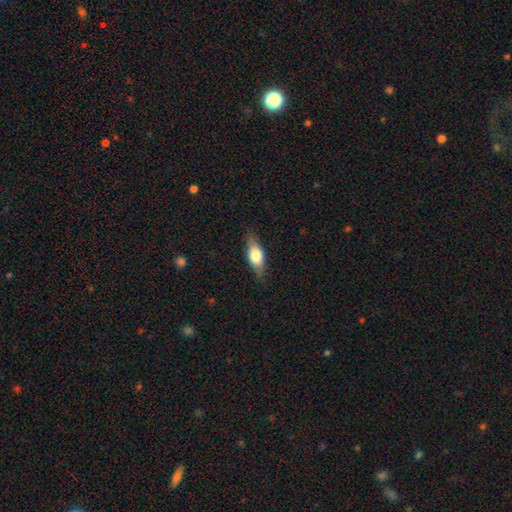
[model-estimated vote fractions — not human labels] Overall: smooth (65%; featured or disk 28%). How rounded: in between (76%). Merging: none (81%).